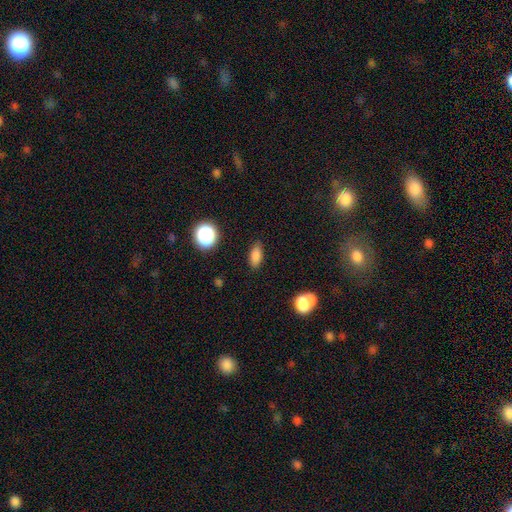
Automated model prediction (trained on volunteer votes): Overall: smooth (83%). How rounded: in between (79%). Merging: none (85%).